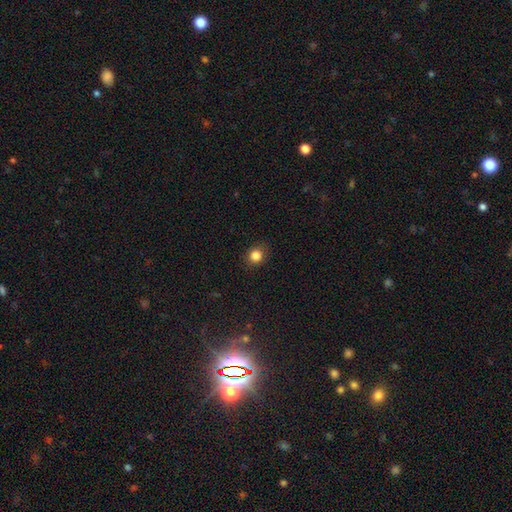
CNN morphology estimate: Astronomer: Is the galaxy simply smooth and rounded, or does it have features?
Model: smooth — 84%.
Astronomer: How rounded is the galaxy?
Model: round — 80%.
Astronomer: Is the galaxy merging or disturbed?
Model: none — 87%.